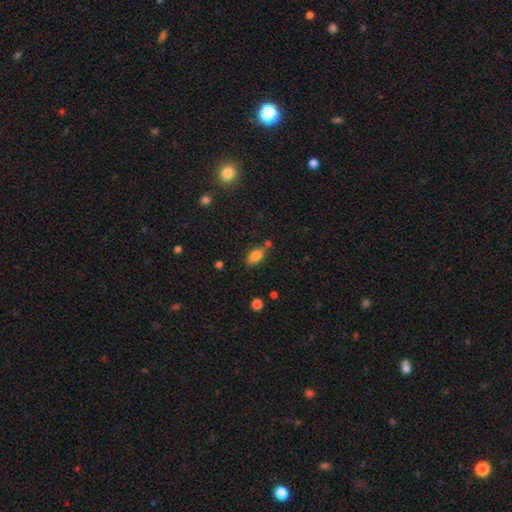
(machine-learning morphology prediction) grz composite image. It shows a smooth galaxy with no disk features (80%) that is in between round and cigar-shaped (88%). Merging: none (68%).